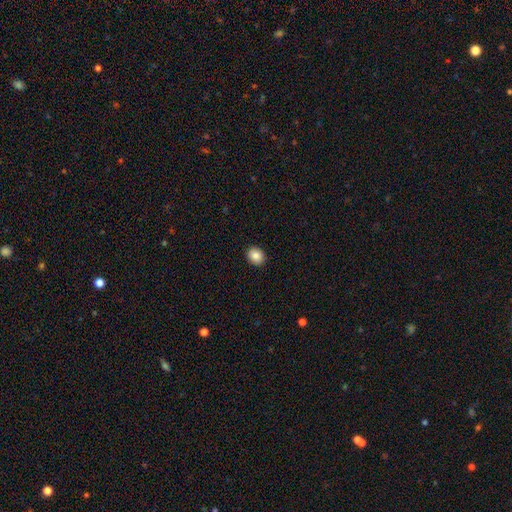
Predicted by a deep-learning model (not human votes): Smooth or featured: smooth — 87% (star or artifact — 8%)
How rounded: round — 54% (in between — 45%)
Merging: none — 92% (minor disturbance — 6%)